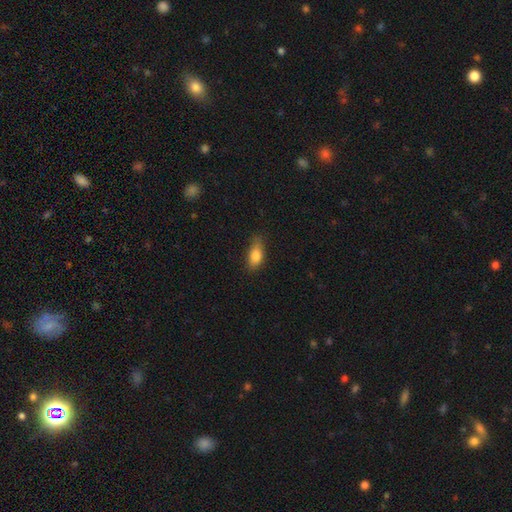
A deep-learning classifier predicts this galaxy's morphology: Overall: smooth (84%). How rounded: in between (84%). Merging: none (61%; minor disturbance 30%).